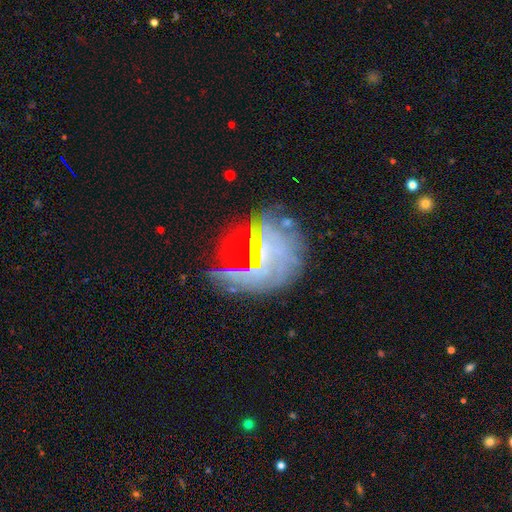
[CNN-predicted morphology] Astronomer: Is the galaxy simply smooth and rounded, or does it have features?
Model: featured or disk — 55%.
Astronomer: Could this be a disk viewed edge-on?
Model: no — 93%.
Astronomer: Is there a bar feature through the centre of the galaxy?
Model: no — 44% (runner-up: weak, 37%).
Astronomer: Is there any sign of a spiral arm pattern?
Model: yes — 69%.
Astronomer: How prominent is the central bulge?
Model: small — 54%.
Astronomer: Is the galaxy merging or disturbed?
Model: none — 64%.